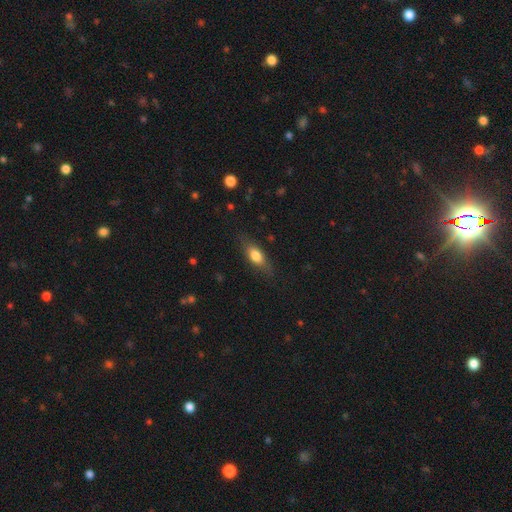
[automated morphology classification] type=smooth (71%); roundness=in between (68%); merging=none (78%).